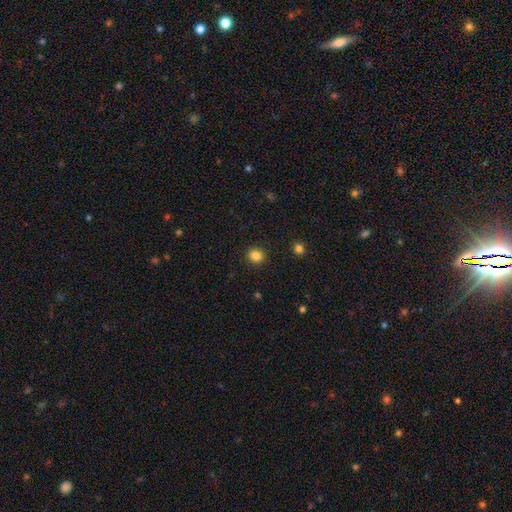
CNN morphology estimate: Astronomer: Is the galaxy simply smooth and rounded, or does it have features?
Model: smooth — 84%.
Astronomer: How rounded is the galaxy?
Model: round — 82%.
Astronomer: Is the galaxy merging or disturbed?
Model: none — 92%.